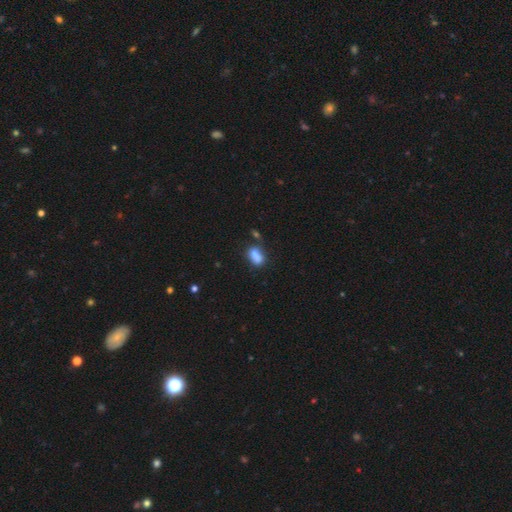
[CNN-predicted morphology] Overall: smooth (76%). How rounded: in between (77%). Merging: merger (38%; none 37%).